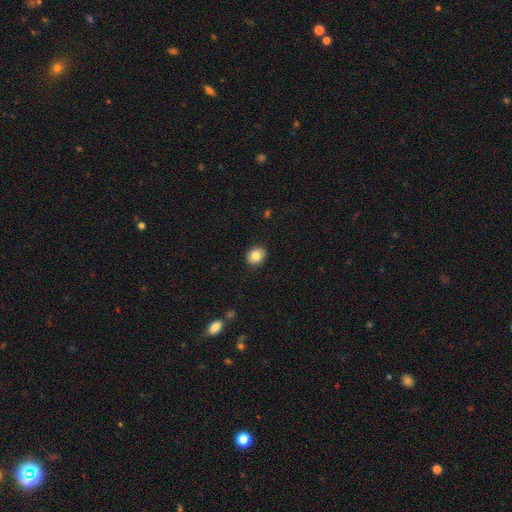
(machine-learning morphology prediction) A smooth galaxy with no disk features (81%) that is round (65%). Merging: none (87%).